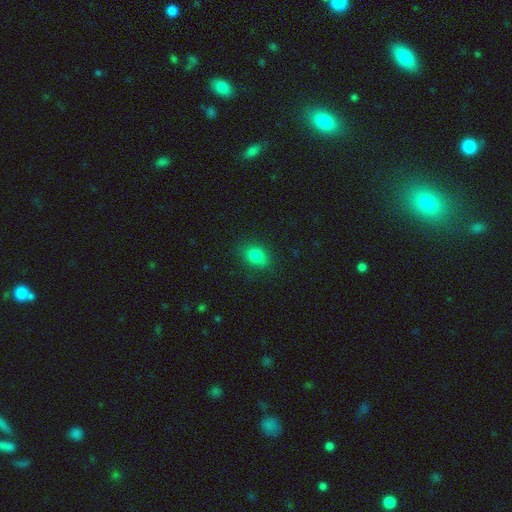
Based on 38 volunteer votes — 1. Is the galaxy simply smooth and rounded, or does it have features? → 79% smooth, 11% featured or disk, 11% star or artifact.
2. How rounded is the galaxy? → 73% in between, 27% round, 0% cigar-shaped.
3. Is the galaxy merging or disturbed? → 88% none, 9% minor disturbance, 3% major disturbance, 0% merger.